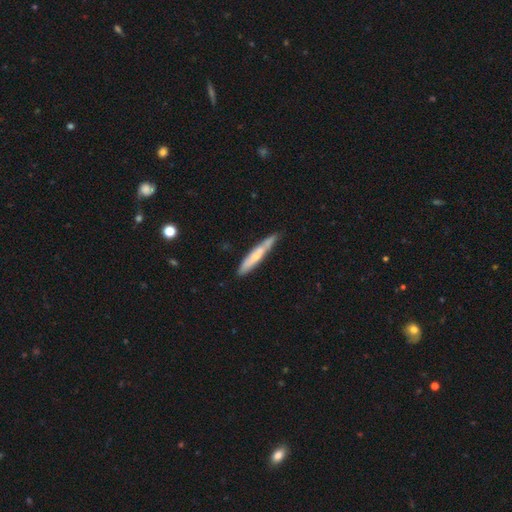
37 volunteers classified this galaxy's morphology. Q: Smooth or featured?
A: featured or disk (54%); runner-up: smooth (41%)
Q: Edge-on disk?
A: yes (90%); runner-up: no (10%)
Q: Edge-on bulge?
A: none (61%); runner-up: rounded (33%)
Q: Merging?
A: none (71%); runner-up: minor disturbance (26%)